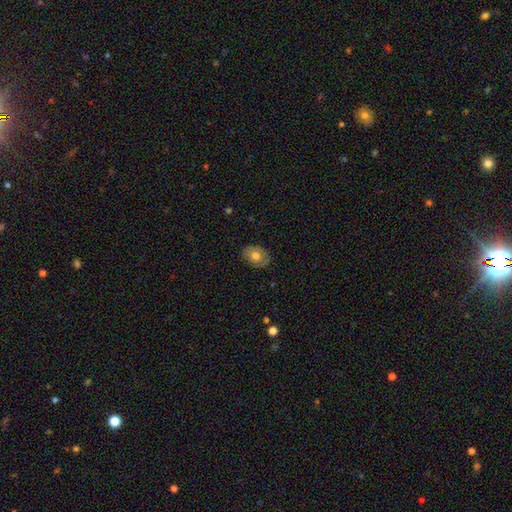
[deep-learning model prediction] Smooth or featured: smooth — 71% (featured or disk — 22%)
How rounded: in between — 74% (round — 25%)
Merging: none — 83% (minor disturbance — 13%)